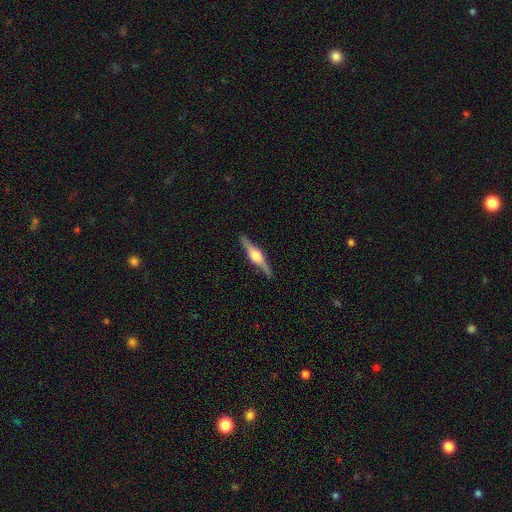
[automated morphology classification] Overall: featured or disk (80%). Edge-on disk: yes (98%). Edge-on bulge: rounded (89%). Merging: none (89%).